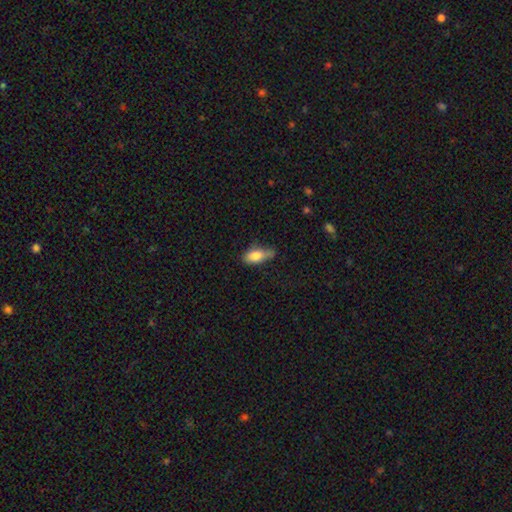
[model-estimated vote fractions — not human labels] Smooth or featured: smooth — 79% (featured or disk — 13%)
How rounded: in between — 83% (cigar-shaped — 13%)
Merging: none — 46% (minor disturbance — 39%)